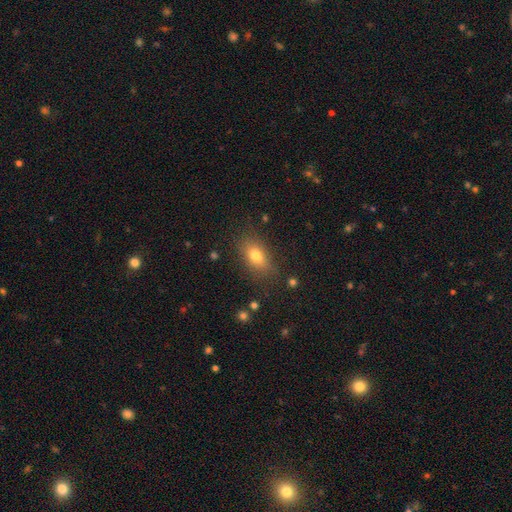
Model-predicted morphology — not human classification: Smooth or featured: smooth — 75% (featured or disk — 14%)
How rounded: in between — 79% (round — 14%)
Merging: none — 79% (minor disturbance — 14%)